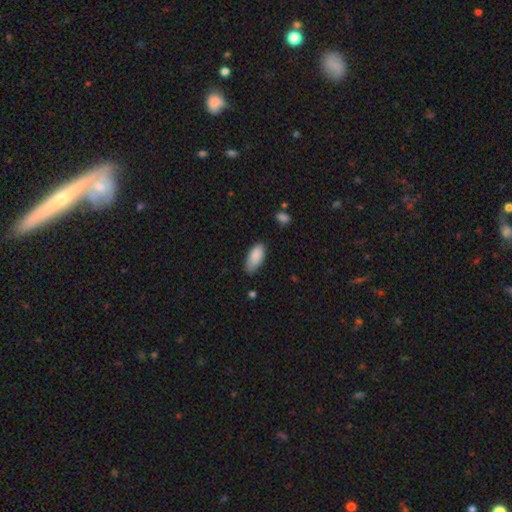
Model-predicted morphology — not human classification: Smooth or featured? Predicted: smooth (p=0.88). How rounded? Predicted: in between (p=0.89). Merging? Predicted: none (p=0.69).